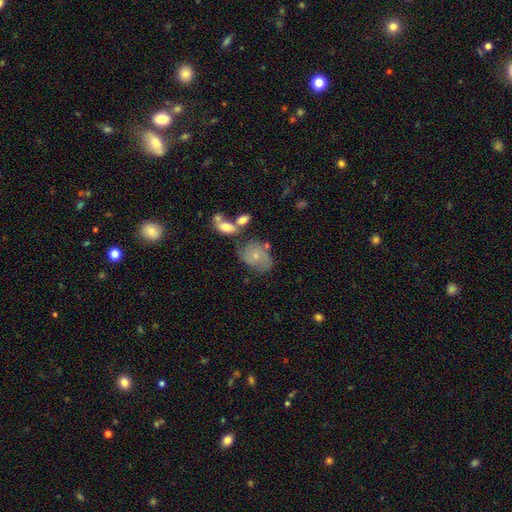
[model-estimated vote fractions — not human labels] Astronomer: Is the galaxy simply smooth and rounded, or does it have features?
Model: featured or disk — 46% (runner-up: smooth, 45%).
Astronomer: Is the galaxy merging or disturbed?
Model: none — 44% (runner-up: minor disturbance, 25%).